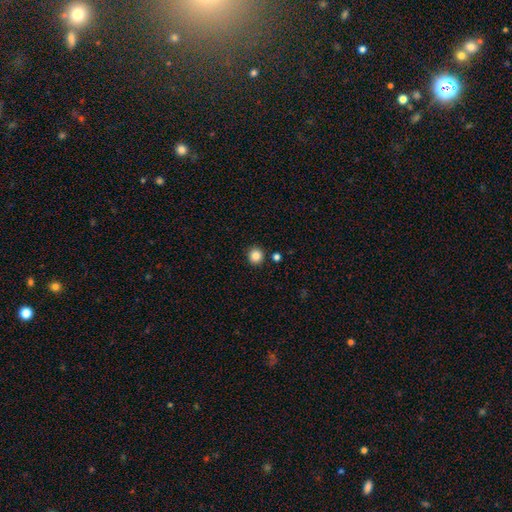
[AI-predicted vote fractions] The model was most divided on "smooth or featured": smooth: 86%, star or artifact: 10%, featured or disk: 4%. More confident: how rounded — round (93%); merging — none (90%).